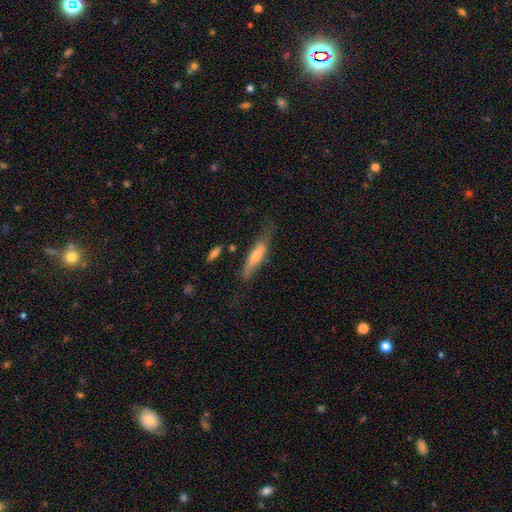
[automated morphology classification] Smooth or featured: smooth — 51% (featured or disk — 43%)
How rounded: cigar-shaped — 78% (in between — 20%)
Merging: none — 62% (minor disturbance — 25%)